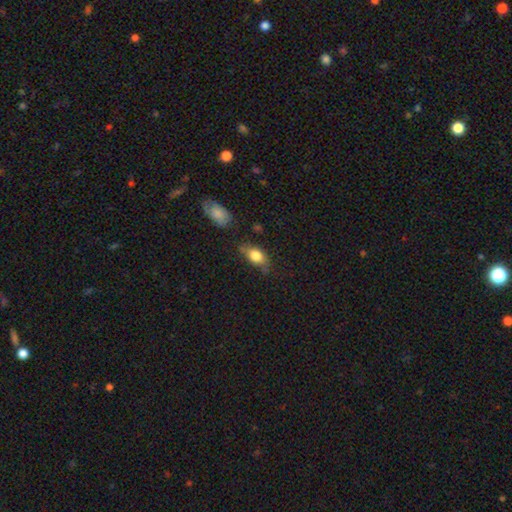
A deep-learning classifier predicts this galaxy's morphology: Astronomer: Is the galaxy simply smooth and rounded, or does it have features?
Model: smooth — 77%.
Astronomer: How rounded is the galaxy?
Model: in between — 83%.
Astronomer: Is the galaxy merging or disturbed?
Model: none — 59%.